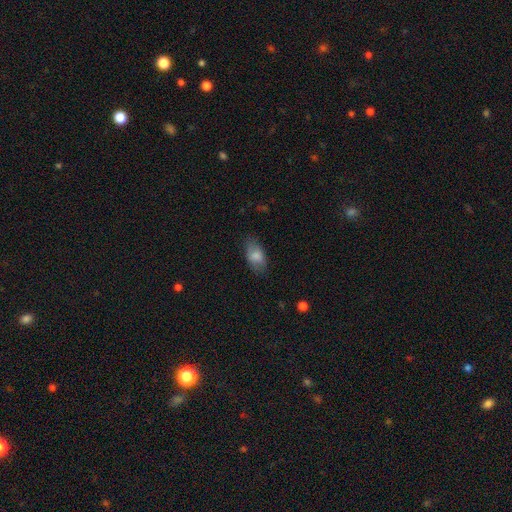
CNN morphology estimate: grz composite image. It shows a smooth galaxy with no disk features (78%) that is in between round and cigar-shaped (91%). Merging: none (72%).